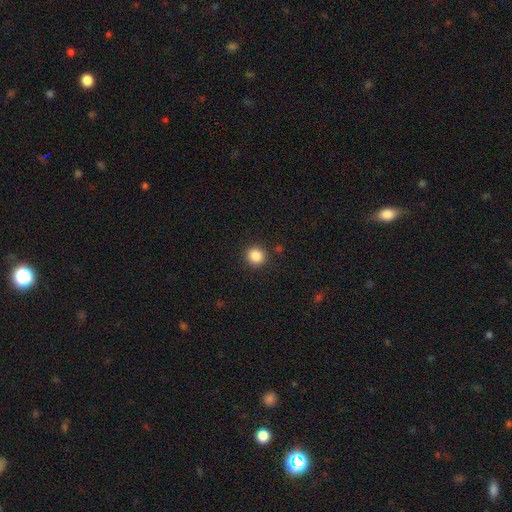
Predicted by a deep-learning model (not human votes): The model was most divided on "smooth or featured": smooth: 86%, star or artifact: 10%, featured or disk: 4%. More confident: how rounded — round (90%); merging — none (90%).